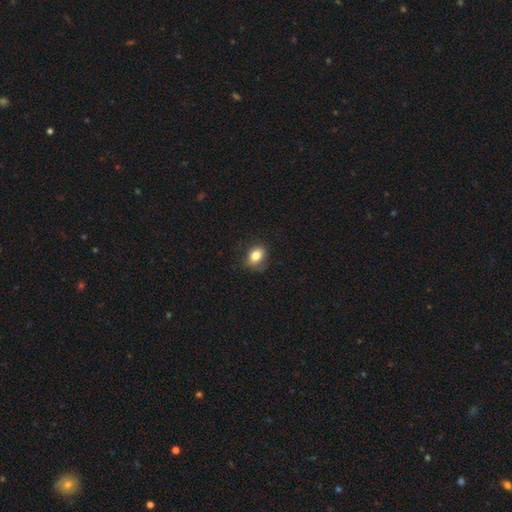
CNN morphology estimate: This is clearly a smooth galaxy (81%). How rounded: possibly in between (59%). Merging: likely none (73%).